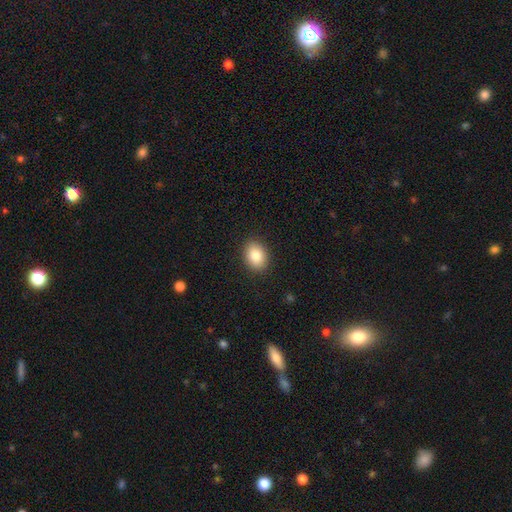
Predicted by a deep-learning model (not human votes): This is clearly a smooth galaxy (85%). How rounded: likely in between (67%). Merging: clearly none (89%).